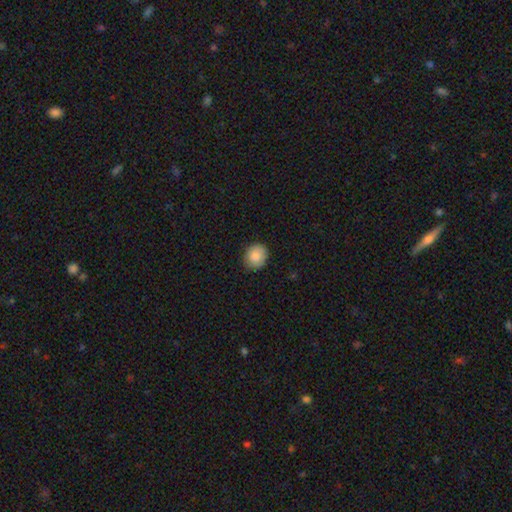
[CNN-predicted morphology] Smooth or featured? smooth (86%)
How rounded? round (73%)
Merging? none (84%)